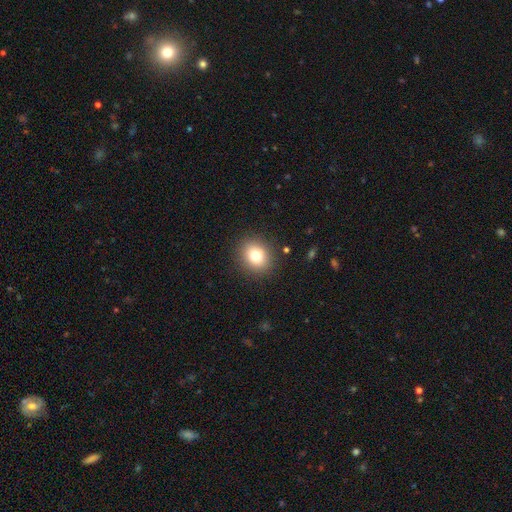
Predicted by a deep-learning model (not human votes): The model was most divided on "how rounded": round: 69%, in between: 31%, cigar-shaped: 1%. More confident: merging — none (89%); smooth or featured — smooth (77%).